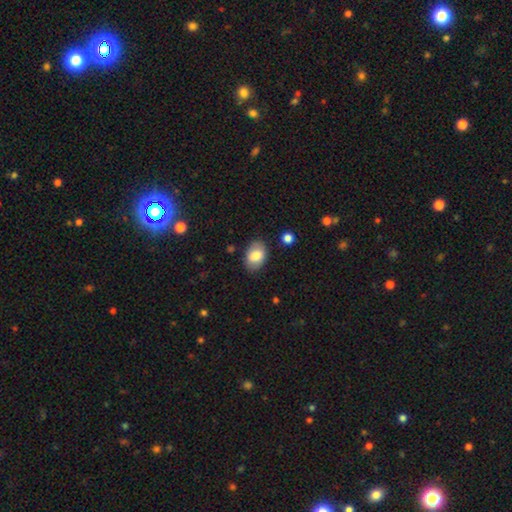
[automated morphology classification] This is clearly a smooth galaxy (81%). How rounded: clearly in between (86%). Merging: clearly none (83%).